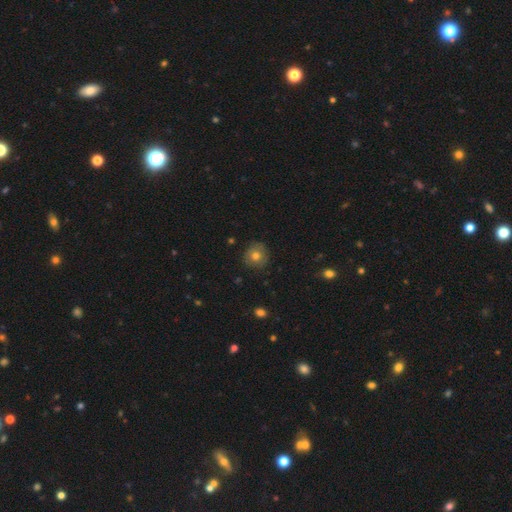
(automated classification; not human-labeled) Morphology: type=smooth (75%); roundness=round (91%); merging=none (86%).